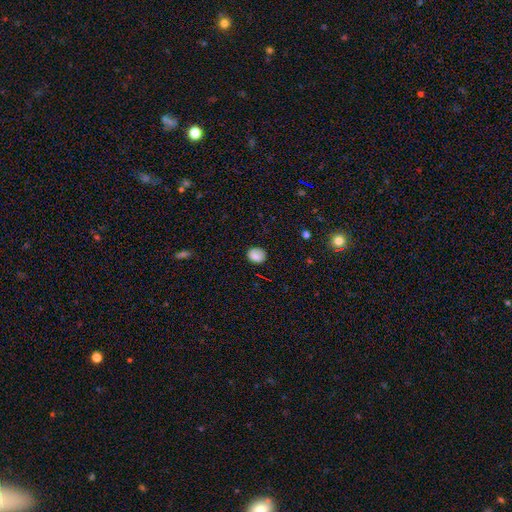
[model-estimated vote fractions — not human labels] smooth_or_featured: smooth (p=0.80) [alt: star or artifact p=0.10]
how_rounded: round (p=0.61) [alt: in between p=0.38]
merging: none (p=0.76) [alt: minor disturbance p=0.18]